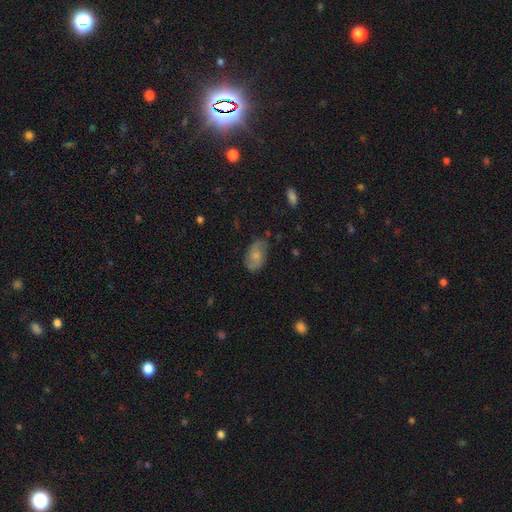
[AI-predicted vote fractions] A smooth galaxy with no disk features (58%) that is in between round and cigar-shaped (92%).

Vote fractions:
- Smooth or featured? smooth: 58% / featured or disk: 34% / star or artifact: 8%
- How rounded? in between: 92% / round: 6% / cigar-shaped: 2%
- Merging? none: 72% / minor disturbance: 21% / major disturbance: 5% / merger: 2%